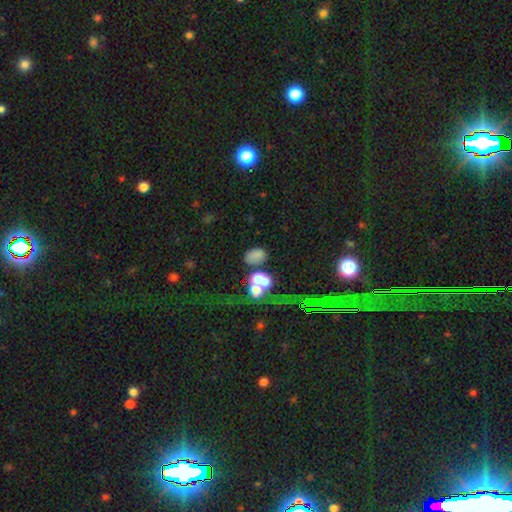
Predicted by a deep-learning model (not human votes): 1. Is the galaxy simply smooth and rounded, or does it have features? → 68% smooth, 19% star or artifact, 13% featured or disk.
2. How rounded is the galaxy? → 77% in between, 22% round, 2% cigar-shaped.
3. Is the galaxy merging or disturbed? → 43% none, 33% merger, 12% minor disturbance, 12% major disturbance.